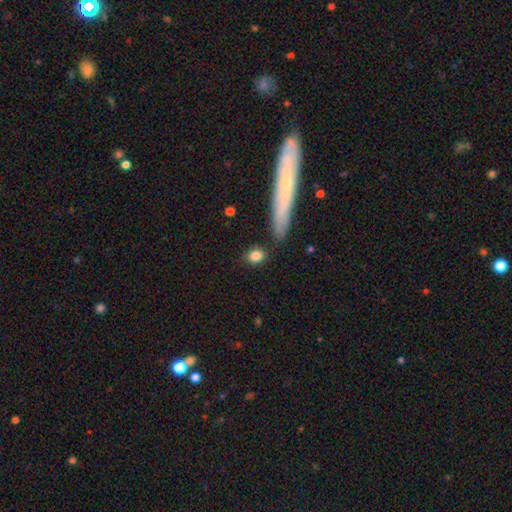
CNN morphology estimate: Overall: smooth (84%). How rounded: in between (58%; round 36%). Merging: none (77%).